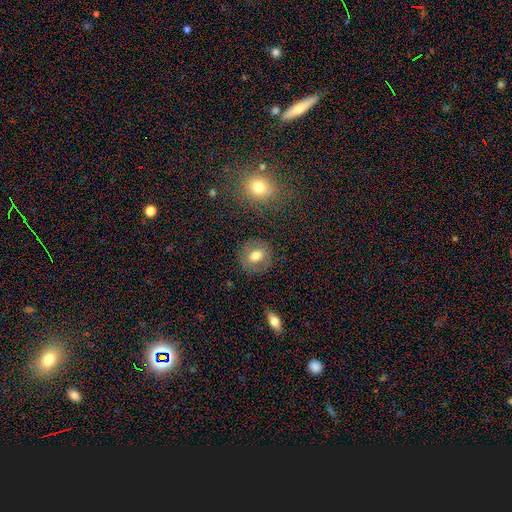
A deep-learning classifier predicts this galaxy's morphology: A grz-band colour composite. It shows a smooth galaxy with no disk features (68%) that is round (80%). Merging: none (85%).